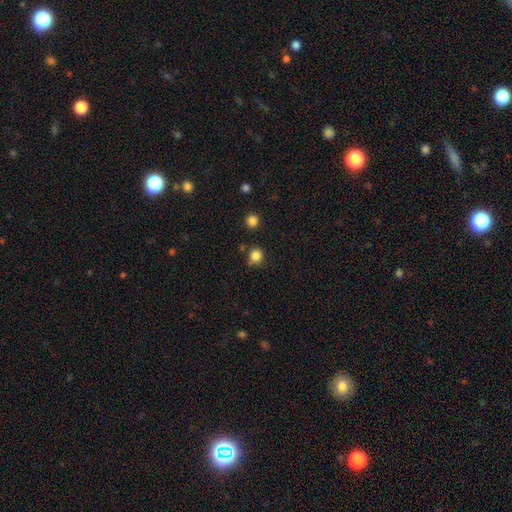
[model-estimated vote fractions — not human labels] Q: Smooth or featured?
A: smooth (83%); runner-up: star or artifact (13%)
Q: How rounded?
A: round (88%); runner-up: in between (11%)
Q: Merging?
A: none (79%); runner-up: minor disturbance (12%)